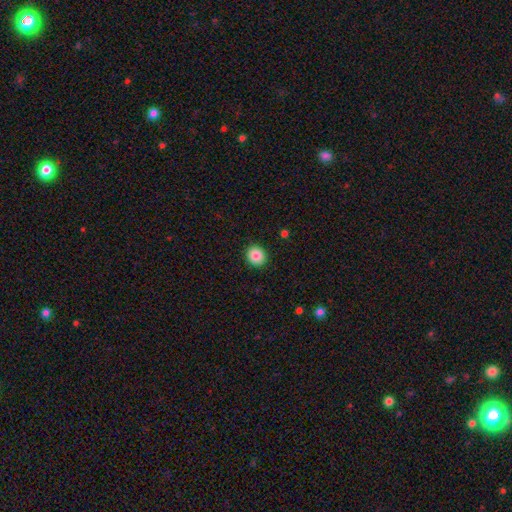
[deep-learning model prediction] smooth 86%, star or artifact 9%, featured or disk 5%. Down the decision tree: how rounded — round (81%); merging — none (92%).